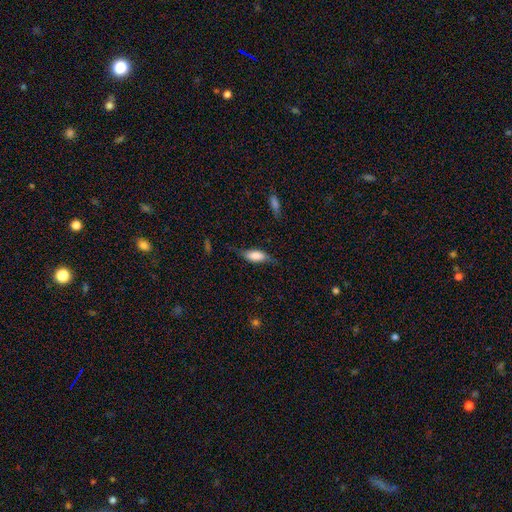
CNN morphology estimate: Smooth or featured: smooth — 75% (featured or disk — 18%)
How rounded: in between — 79% (cigar-shaped — 18%)
Merging: none — 59% (minor disturbance — 27%)